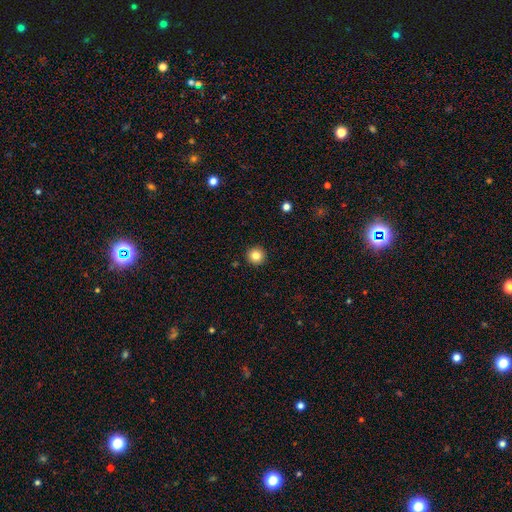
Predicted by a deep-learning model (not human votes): smooth 83%, star or artifact 11%, featured or disk 7%. Down the decision tree: how rounded — round (96%); merging — none (93%).